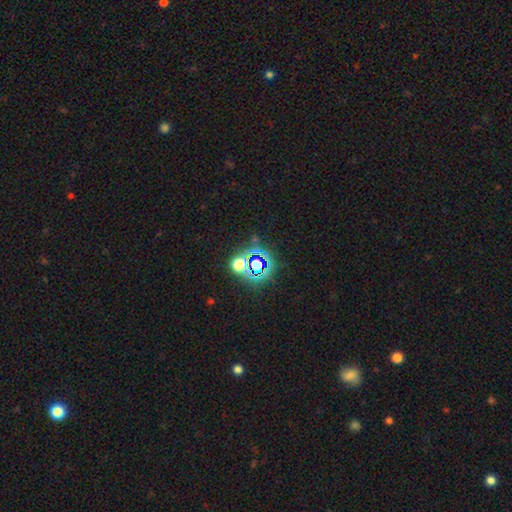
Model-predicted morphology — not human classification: Smooth or featured: star or artifact — 75% (smooth — 17%)